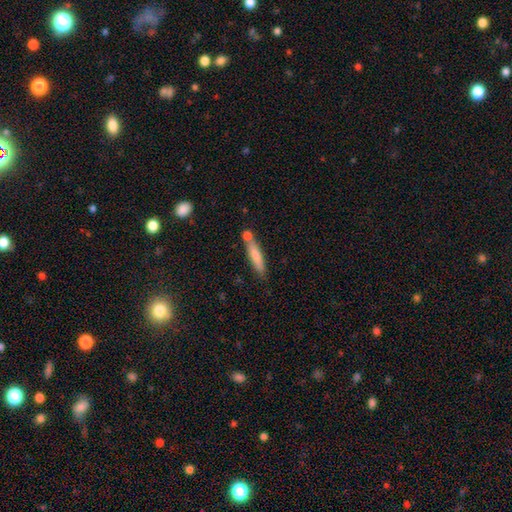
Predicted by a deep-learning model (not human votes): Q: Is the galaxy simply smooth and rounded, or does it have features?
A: smooth — 76%.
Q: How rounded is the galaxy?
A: cigar-shaped — 85%.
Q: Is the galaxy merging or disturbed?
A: none — 64%.